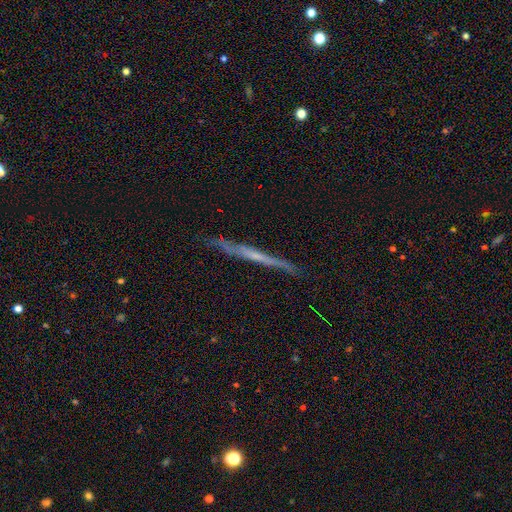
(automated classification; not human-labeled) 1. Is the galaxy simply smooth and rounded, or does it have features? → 63% featured or disk, 30% smooth, 7% star or artifact.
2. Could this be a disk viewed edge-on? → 95% yes, 5% no.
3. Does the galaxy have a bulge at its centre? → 78% none, 16% rounded, 6% boxy.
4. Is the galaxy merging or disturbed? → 84% none, 12% minor disturbance, 2% major disturbance, 2% merger.